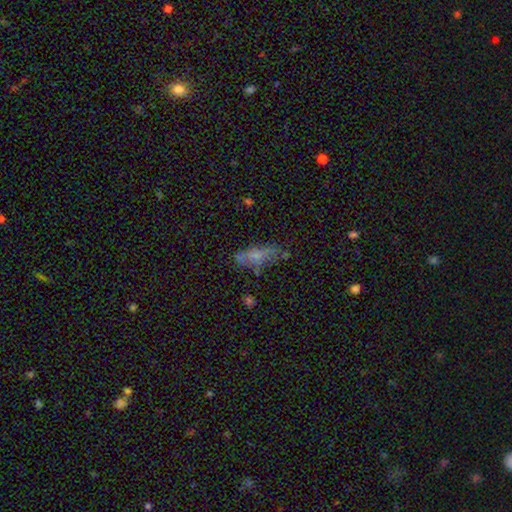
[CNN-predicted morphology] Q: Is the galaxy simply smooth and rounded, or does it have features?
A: smooth — 61%.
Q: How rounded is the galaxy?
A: in between — 59%.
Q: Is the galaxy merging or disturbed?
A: none — 52%.